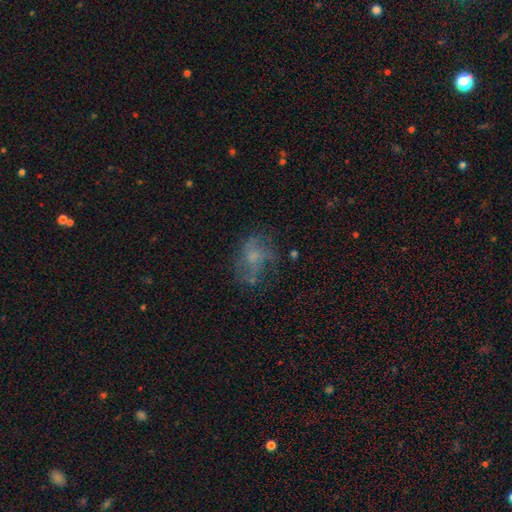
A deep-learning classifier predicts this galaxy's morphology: Smooth or featured? featured or disk (45%)
Merging? none (52%)